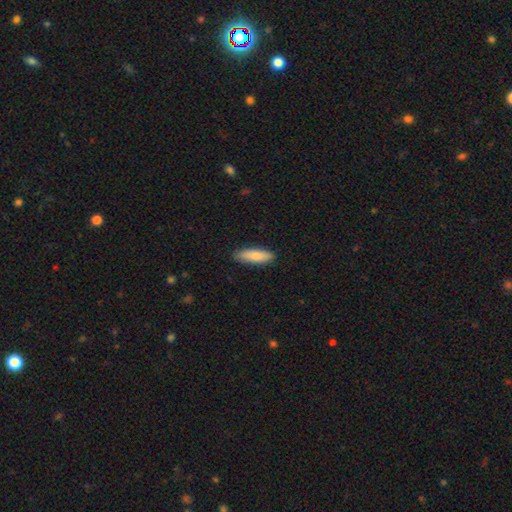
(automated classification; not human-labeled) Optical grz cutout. It shows a smooth galaxy with no disk features (81%) that is cigar-shaped (51%). Merging: none (88%).